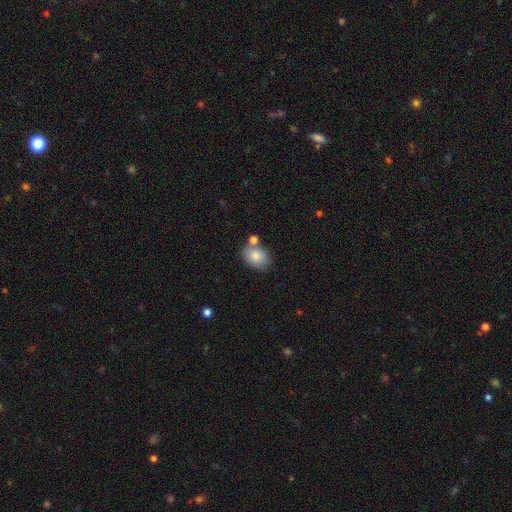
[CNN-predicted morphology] smooth-or-featured: smooth: 81% | featured or disk: 10% | star or artifact: 8%
  how-rounded: in between: 63% | round: 36% | cigar-shaped: 1%
  merging: none: 68% | merger: 17% | minor disturbance: 12% | major disturbance: 3%